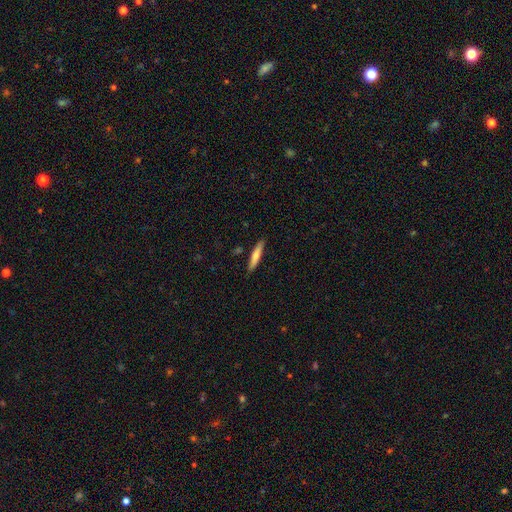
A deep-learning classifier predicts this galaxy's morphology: smooth 66%, featured or disk 29%, star or artifact 6%. Down the decision tree: how rounded — cigar-shaped (90%); merging — none (87%).